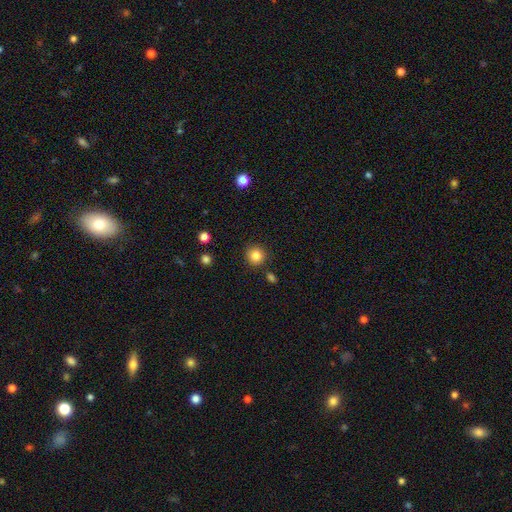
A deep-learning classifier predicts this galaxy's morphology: Smooth or featured? smooth (84%)
How rounded? round (94%)
Merging? none (88%)